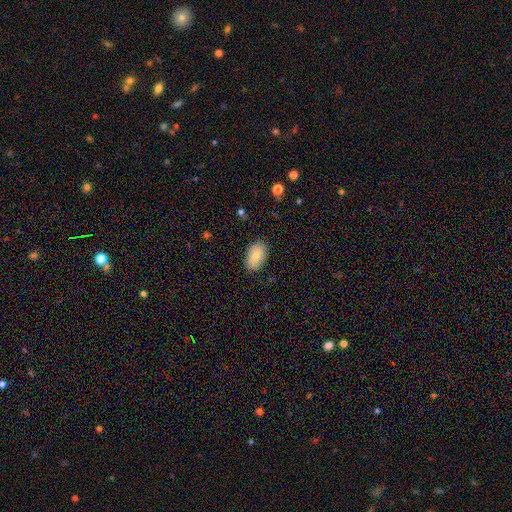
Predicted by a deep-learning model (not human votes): smooth_or_featured: smooth (p=0.76) [alt: featured or disk p=0.17]
how_rounded: in between (p=0.92) [alt: round p=0.07]
merging: none (p=0.85) [alt: minor disturbance p=0.11]